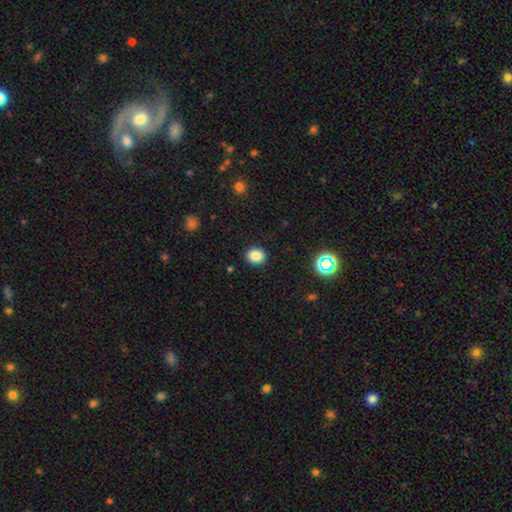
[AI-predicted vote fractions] The model was most divided on "how rounded": round: 71%, in between: 28%, cigar-shaped: 1%. More confident: merging — none (90%); smooth or featured — smooth (83%).